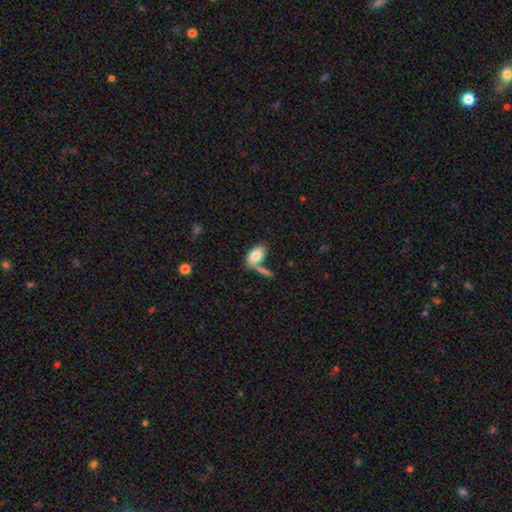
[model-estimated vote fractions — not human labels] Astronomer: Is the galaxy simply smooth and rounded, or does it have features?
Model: smooth — 76%.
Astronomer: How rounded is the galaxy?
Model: in between — 90%.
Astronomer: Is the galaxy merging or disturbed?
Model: none — 46% (runner-up: merger, 30%).